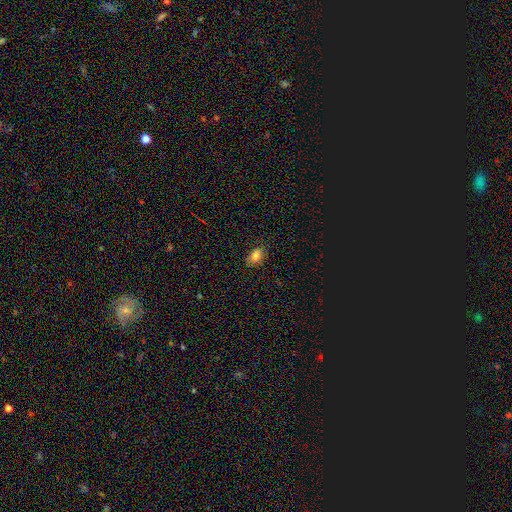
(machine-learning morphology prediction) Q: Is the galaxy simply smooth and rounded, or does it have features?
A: smooth — 82%.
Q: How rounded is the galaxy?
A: in between — 81%.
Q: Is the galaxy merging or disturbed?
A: none — 81%.